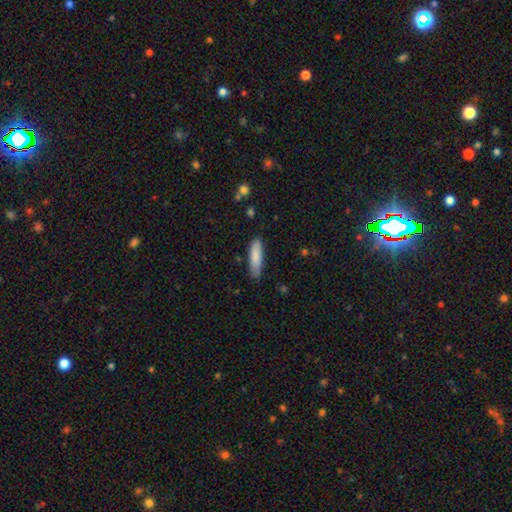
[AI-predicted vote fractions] smooth-or-featured: smooth: 84% | featured or disk: 10% | star or artifact: 6%
  how-rounded: cigar-shaped: 65% | in between: 34% | round: 1%
  merging: none: 78% | minor disturbance: 18% | major disturbance: 3% | merger: 2%